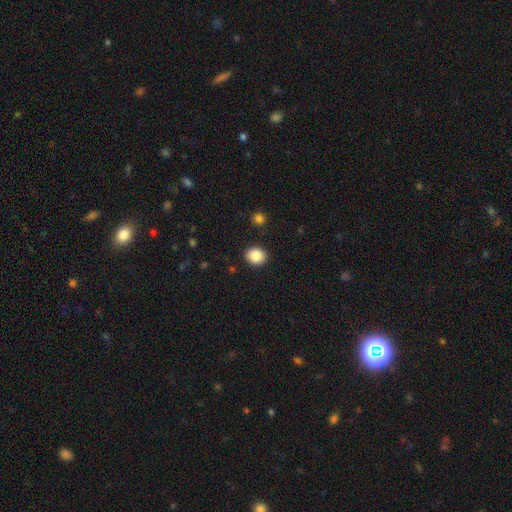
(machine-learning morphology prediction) This is clearly a smooth galaxy (86%). How rounded: likely round (74%). Merging: clearly none (91%).